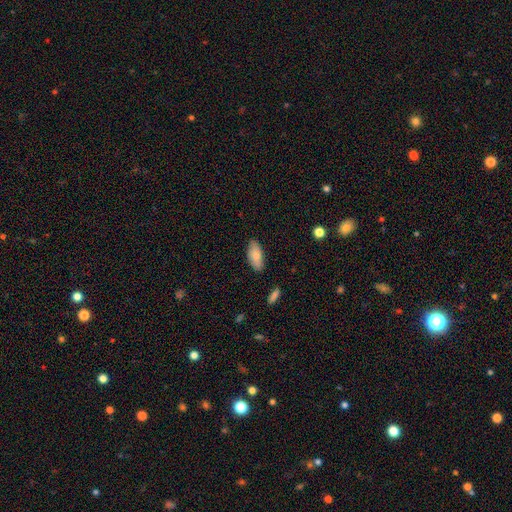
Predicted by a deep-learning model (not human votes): The model was most divided on "smooth or featured": smooth: 80%, featured or disk: 13%, star or artifact: 6%. More confident: how rounded — in between (89%); merging — none (83%).